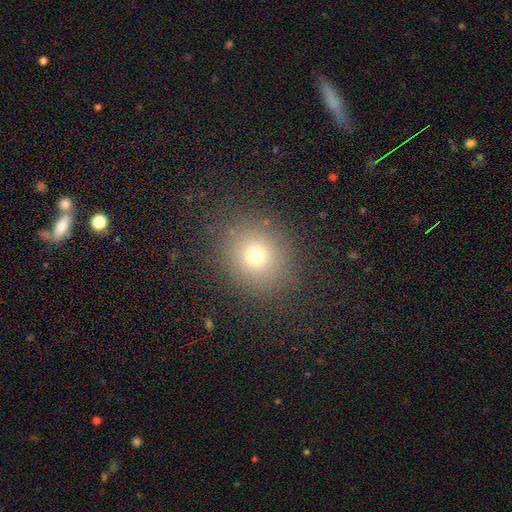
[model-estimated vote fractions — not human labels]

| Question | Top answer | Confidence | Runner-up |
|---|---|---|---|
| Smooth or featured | smooth | 71% | star or artifact (18%) |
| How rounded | round | 78% | in between (21%) |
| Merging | none | 86% | minor disturbance (8%) |